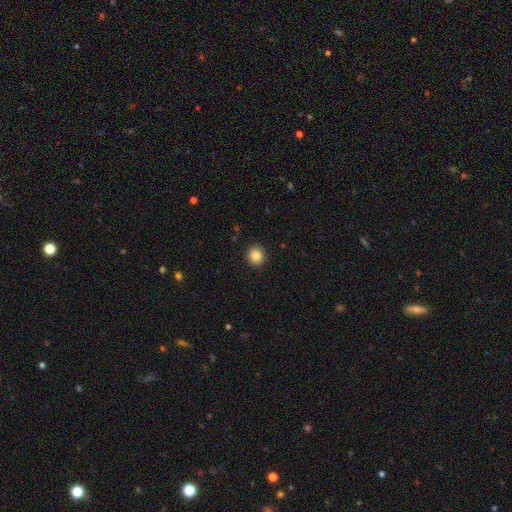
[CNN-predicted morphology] smooth_or_featured: smooth (p=0.86) [alt: star or artifact p=0.10]
how_rounded: round (p=0.91) [alt: in between p=0.08]
merging: none (p=0.93) [alt: minor disturbance p=0.05]